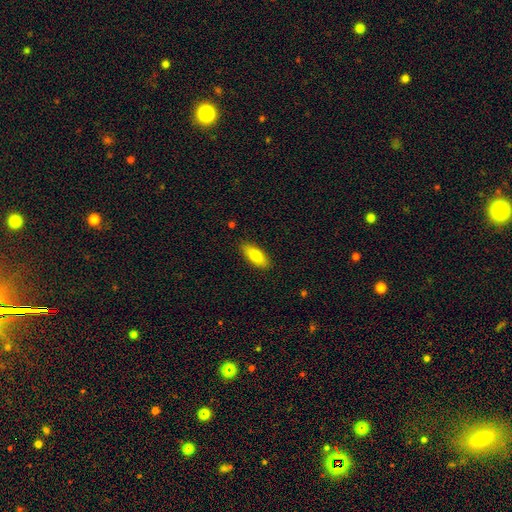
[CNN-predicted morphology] smooth-or-featured: smooth: 80% | featured or disk: 14% | star or artifact: 6%
  how-rounded: in between: 78% | cigar-shaped: 20% | round: 2%
  merging: none: 87% | minor disturbance: 10% | major disturbance: 2% | merger: 1%